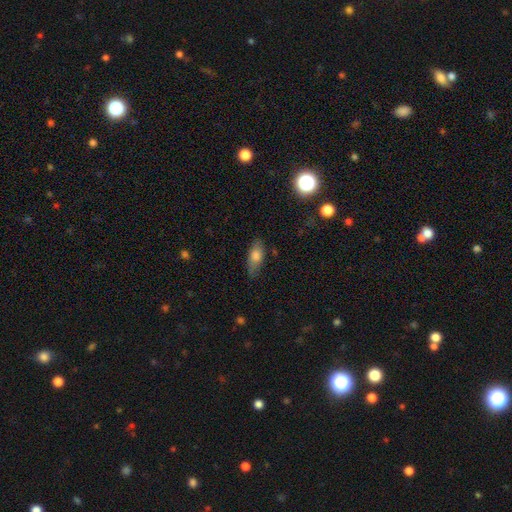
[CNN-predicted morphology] Smooth or featured? smooth (74%)
How rounded? in between (78%)
Merging? none (75%)